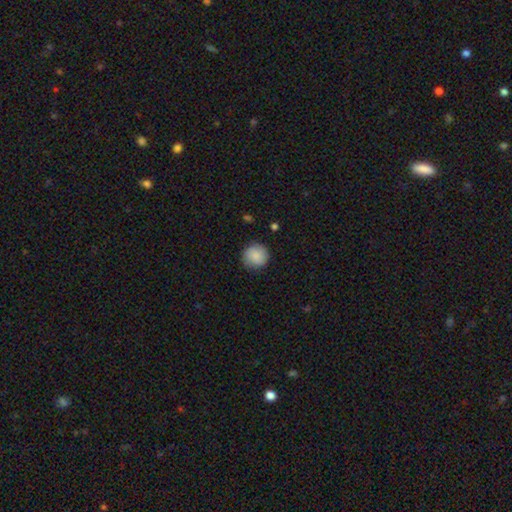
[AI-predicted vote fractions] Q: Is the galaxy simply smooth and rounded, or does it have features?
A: smooth — 87%.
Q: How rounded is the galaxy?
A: round — 93%.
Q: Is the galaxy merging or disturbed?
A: none — 86%.